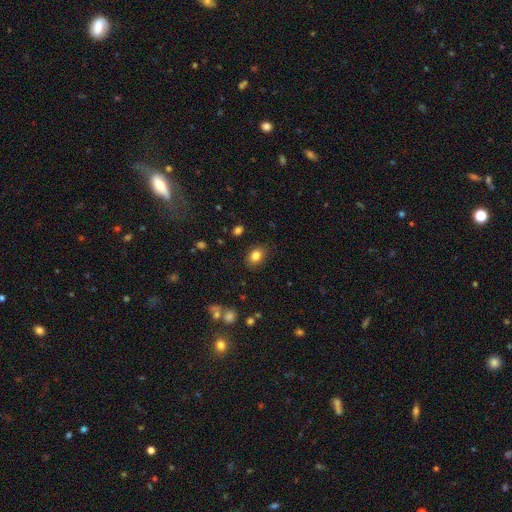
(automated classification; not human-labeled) This is clearly a smooth galaxy (83%). How rounded: likely in between (63%). Merging: clearly none (86%).